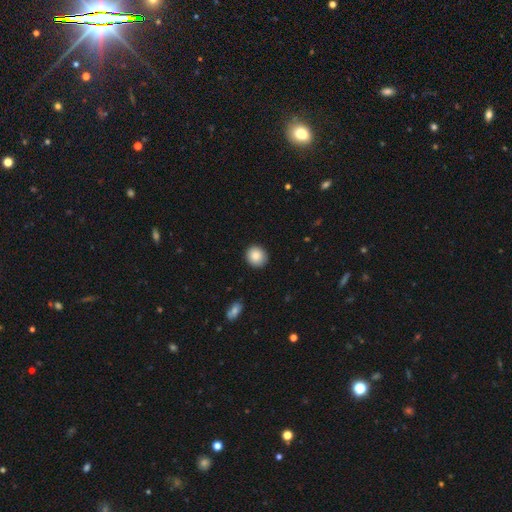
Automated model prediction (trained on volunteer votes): smooth 87%, star or artifact 8%, featured or disk 5%. Down the decision tree: how rounded — round (84%); merging — none (89%).